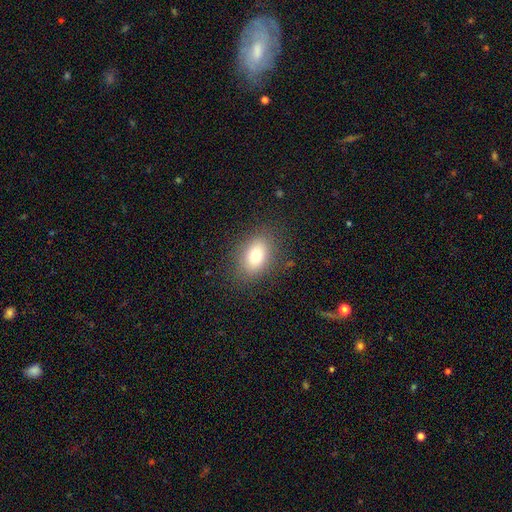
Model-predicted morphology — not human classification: smooth_or_featured: smooth (p=0.78) [alt: featured or disk p=0.12]
how_rounded: in between (p=0.82) [alt: round p=0.16]
merging: none (p=0.84) [alt: minor disturbance p=0.11]